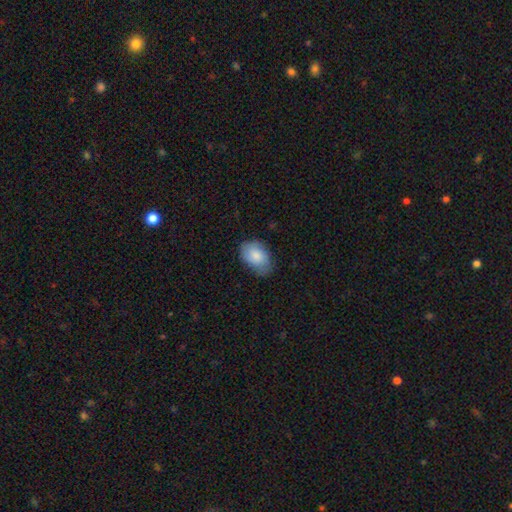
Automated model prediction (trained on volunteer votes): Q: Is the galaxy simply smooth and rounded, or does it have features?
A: smooth — 83%.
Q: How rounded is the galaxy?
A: in between — 88%.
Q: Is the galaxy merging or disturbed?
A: none — 64%.